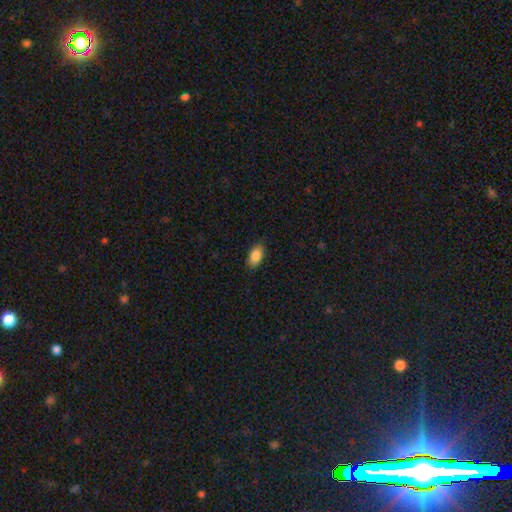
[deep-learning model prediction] A smooth galaxy with no disk features (87%) that is in between round and cigar-shaped (91%). Merging: none (85%).